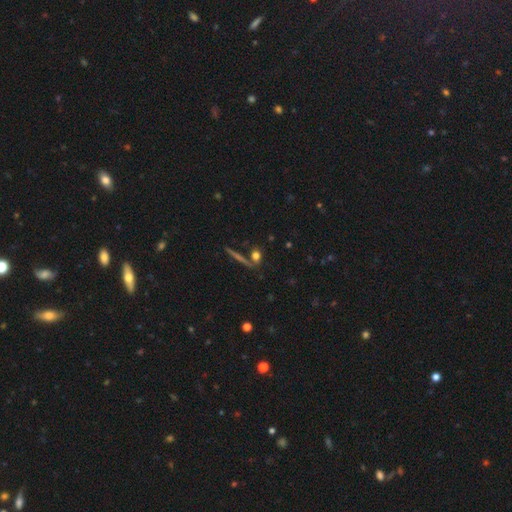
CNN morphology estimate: This is likely a smooth galaxy (68%). How rounded: possibly round (49%). Merging: likely none (72%).